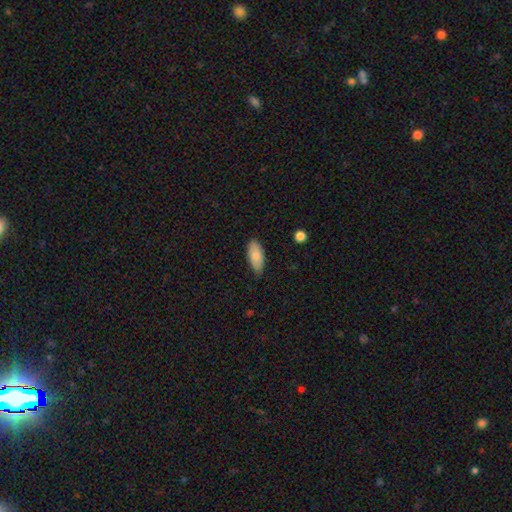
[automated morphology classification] Smooth or featured? Predicted: smooth (p=0.77). How rounded? Predicted: in between (p=0.90). Merging? Predicted: none (p=0.81).